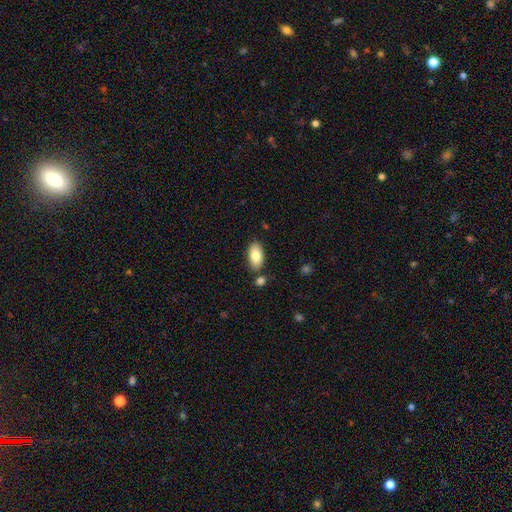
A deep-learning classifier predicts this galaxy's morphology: type=smooth (83%); roundness=in between (93%); merging=none (81%).